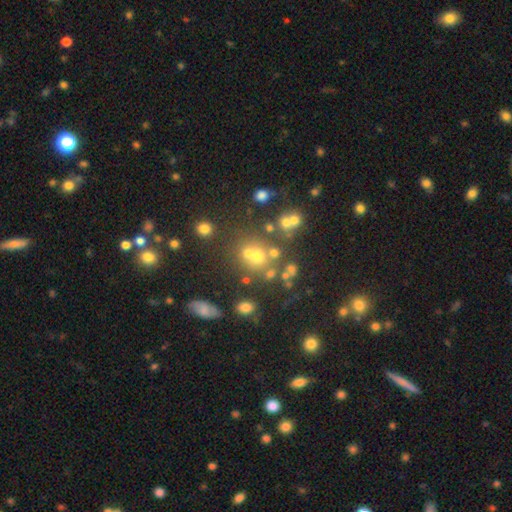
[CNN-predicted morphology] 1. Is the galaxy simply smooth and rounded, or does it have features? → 51% smooth, 26% star or artifact, 22% featured or disk.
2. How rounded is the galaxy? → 74% round, 25% in between, 2% cigar-shaped.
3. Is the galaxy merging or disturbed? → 51% none, 31% merger, 11% minor disturbance, 7% major disturbance.